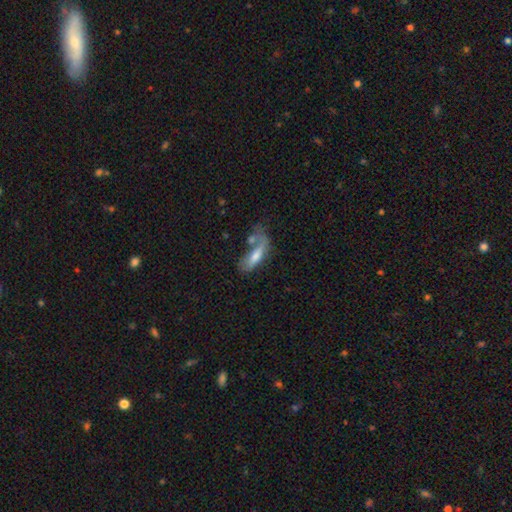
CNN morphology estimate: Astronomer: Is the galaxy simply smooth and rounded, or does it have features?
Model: smooth — 61%.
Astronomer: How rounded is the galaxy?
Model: in between — 55% (runner-up: cigar-shaped, 42%).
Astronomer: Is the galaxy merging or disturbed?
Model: none — 32% (runner-up: merger, 26%).